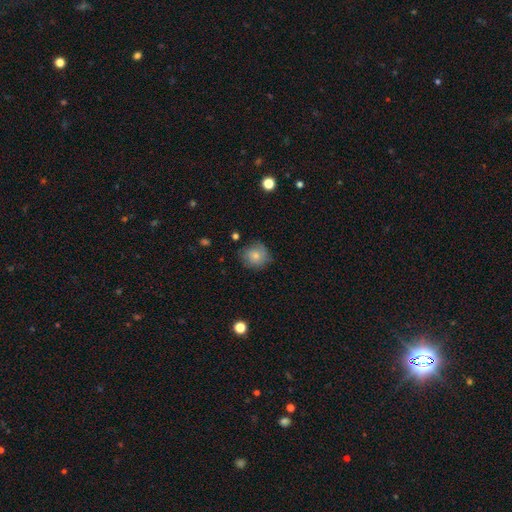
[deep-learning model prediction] smooth_or_featured: smooth (p=0.76) [alt: featured or disk p=0.15]
how_rounded: round (p=0.87) [alt: in between p=0.12]
merging: none (p=0.74) [alt: minor disturbance p=0.20]